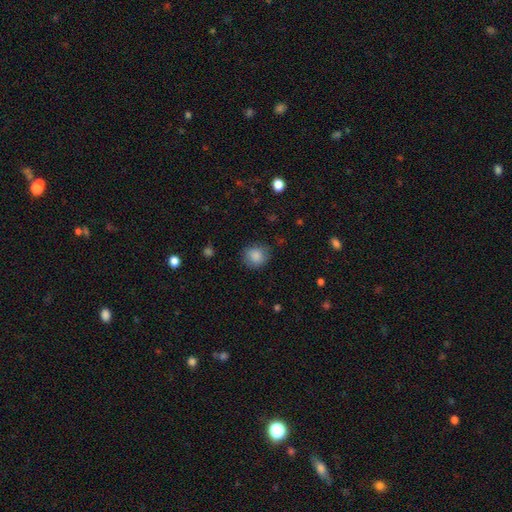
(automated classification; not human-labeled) Smooth or featured? Predicted: smooth (p=0.85). How rounded? Predicted: round (p=0.81). Merging? Predicted: none (p=0.80).